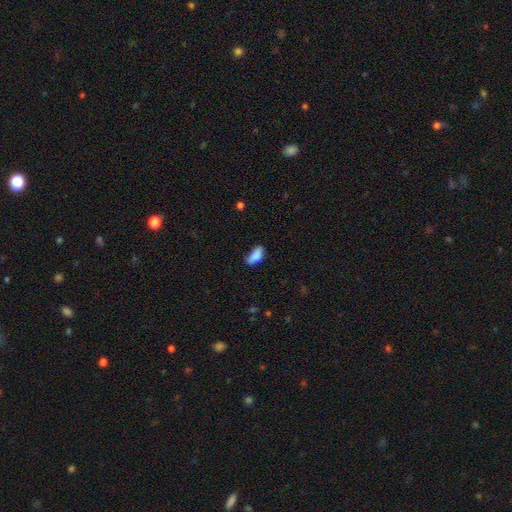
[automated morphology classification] Smooth or featured? smooth (86%)
How rounded? in between (90%)
Merging? none (53%)